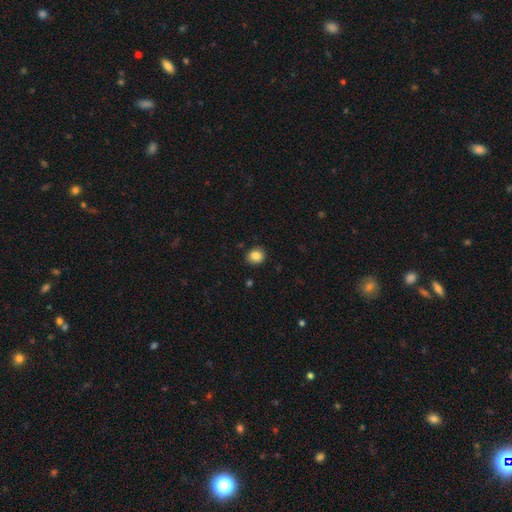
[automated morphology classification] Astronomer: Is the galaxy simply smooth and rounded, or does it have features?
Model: smooth — 86%.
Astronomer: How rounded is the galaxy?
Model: round — 79%.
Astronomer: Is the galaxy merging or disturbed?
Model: none — 89%.